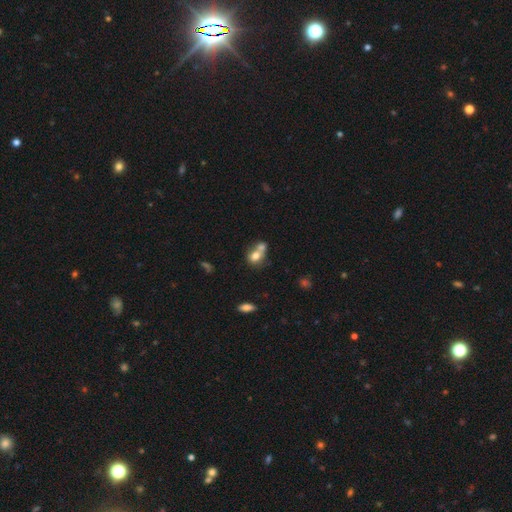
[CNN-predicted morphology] smooth-or-featured: smooth: 72% | featured or disk: 18% | star or artifact: 10%
  how-rounded: round: 50% | in between: 49% | cigar-shaped: 2%
  merging: merger: 63% | none: 26% | minor disturbance: 8% | major disturbance: 4%